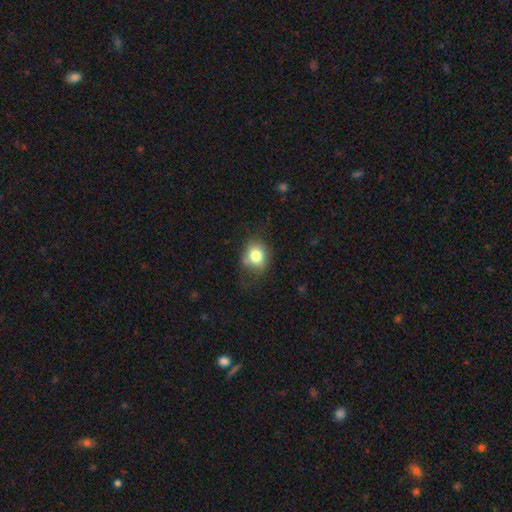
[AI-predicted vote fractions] A smooth galaxy with no disk features (79%) that is round (61%).

Vote fractions:
- Smooth or featured? smooth: 79% / featured or disk: 11% / star or artifact: 10%
- How rounded? round: 61% / in between: 38% / cigar-shaped: 1%
- Merging? none: 67% / minor disturbance: 22% / major disturbance: 8% / merger: 3%